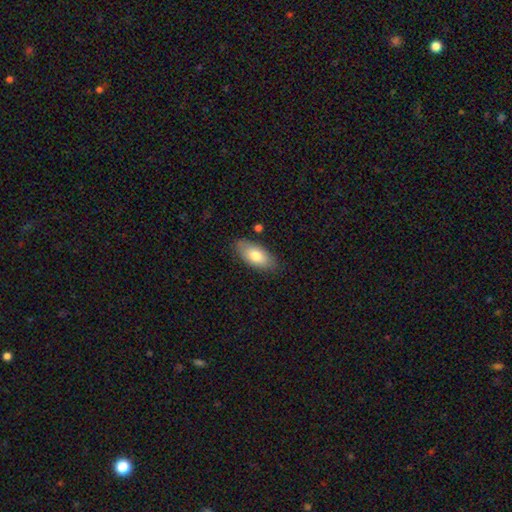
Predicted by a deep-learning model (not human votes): Morphology: type=smooth (76%); roundness=in between (90%); merging=none (82%).